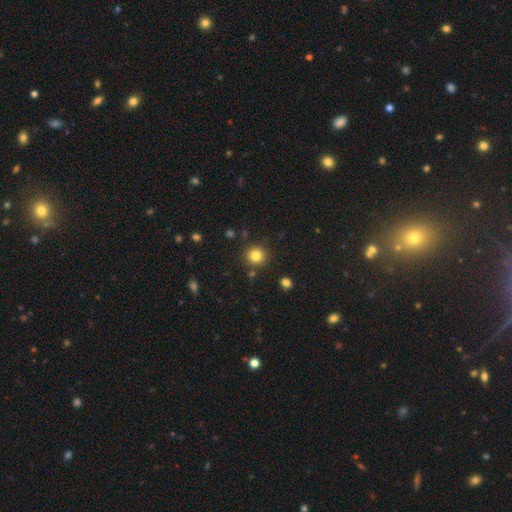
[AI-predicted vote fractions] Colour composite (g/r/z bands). It shows a smooth galaxy with no disk features (82%) that is round (92%). Merging: none (87%).